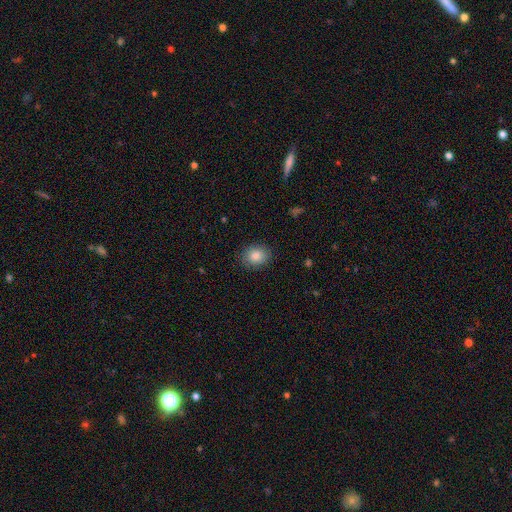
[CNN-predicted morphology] The model was most divided on "how rounded": round: 60%, in between: 39%, cigar-shaped: 1%. More confident: merging — none (87%); smooth or featured — smooth (85%).